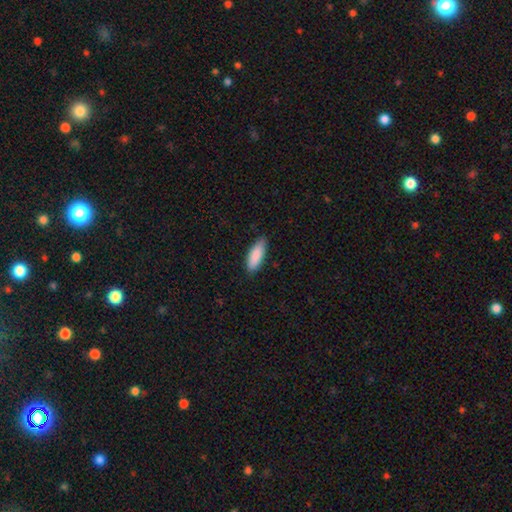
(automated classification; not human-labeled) Q: Smooth or featured?
A: smooth (89%); runner-up: featured or disk (6%)
Q: How rounded?
A: in between (65%); runner-up: cigar-shaped (33%)
Q: Merging?
A: none (85%); runner-up: minor disturbance (12%)